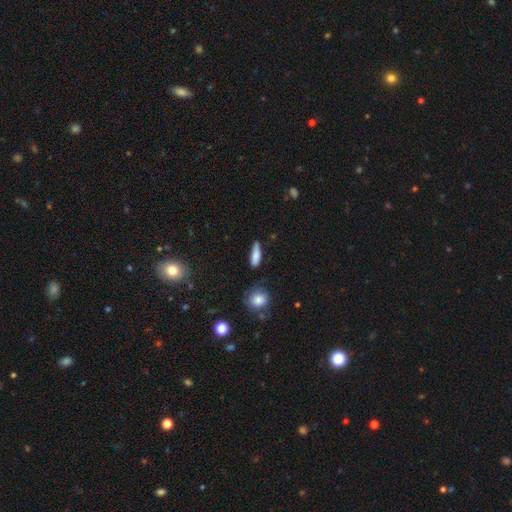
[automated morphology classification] Q: Smooth or featured?
A: smooth (79%); runner-up: featured or disk (13%)
Q: How rounded?
A: cigar-shaped (56%); runner-up: in between (41%)
Q: Merging?
A: none (69%); runner-up: minor disturbance (23%)